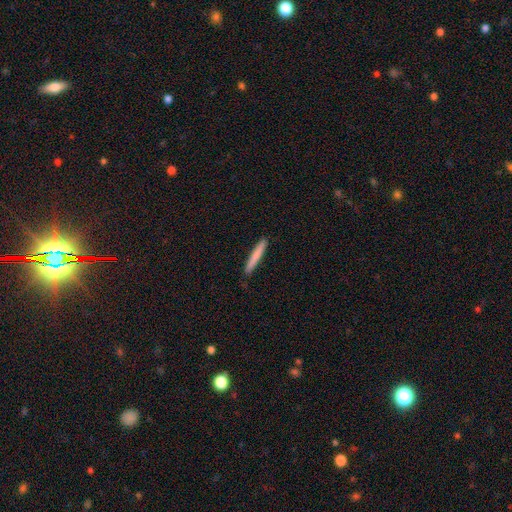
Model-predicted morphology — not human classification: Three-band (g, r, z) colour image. It shows a smooth galaxy with no disk features (77%) that is cigar-shaped (96%). Merging: none (91%).